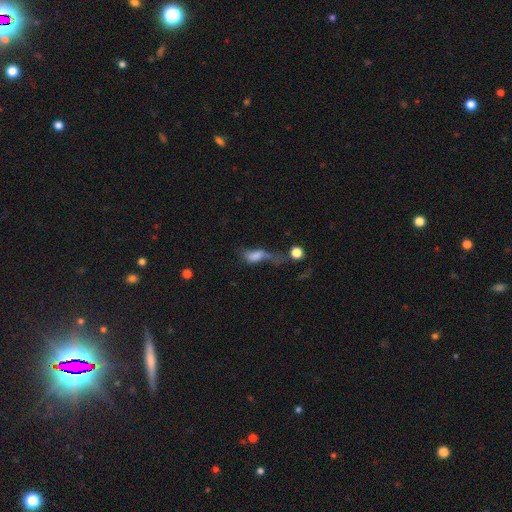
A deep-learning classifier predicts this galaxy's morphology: Overall: smooth (66%). How rounded: in between (74%). Merging: major disturbance (42%; merger 28%).